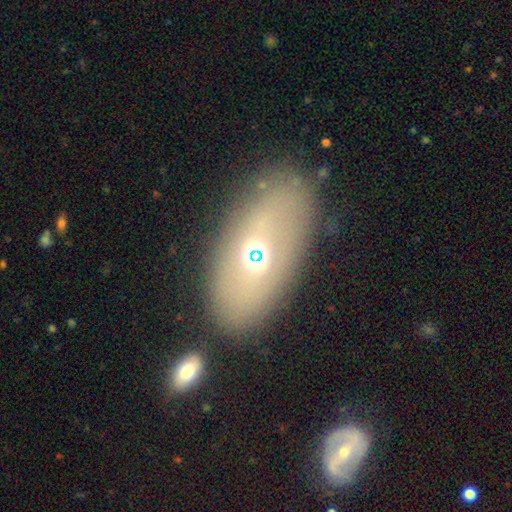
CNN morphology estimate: A smooth galaxy with no disk features (49%).

Vote fractions:
- Smooth or featured? smooth: 49% / featured or disk: 38% / star or artifact: 13%
- Merging? none: 75% / minor disturbance: 13% / major disturbance: 6% / merger: 6%